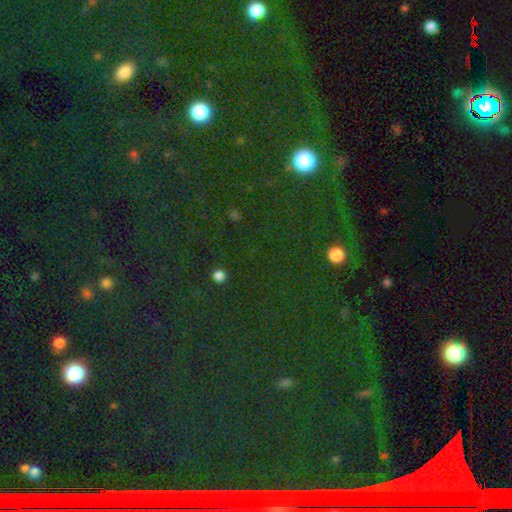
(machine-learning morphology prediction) Smooth or featured?
  - star or artifact: 75% *
  - smooth: 16%
  - featured or disk: 9%